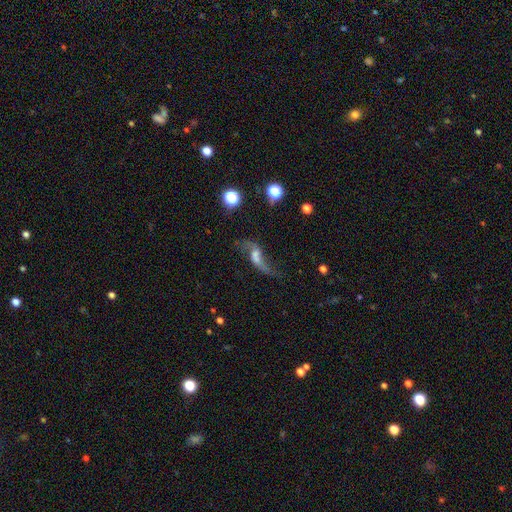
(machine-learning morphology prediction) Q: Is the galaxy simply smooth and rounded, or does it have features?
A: featured or disk — 72%.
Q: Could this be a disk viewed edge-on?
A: no — 88%.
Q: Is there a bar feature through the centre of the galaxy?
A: no — 46%.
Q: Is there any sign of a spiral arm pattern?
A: yes — 84%.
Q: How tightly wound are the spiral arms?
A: loose — 93%.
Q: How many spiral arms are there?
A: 2 — 87%.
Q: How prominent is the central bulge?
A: small — 37%.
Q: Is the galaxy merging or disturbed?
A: none — 45%.